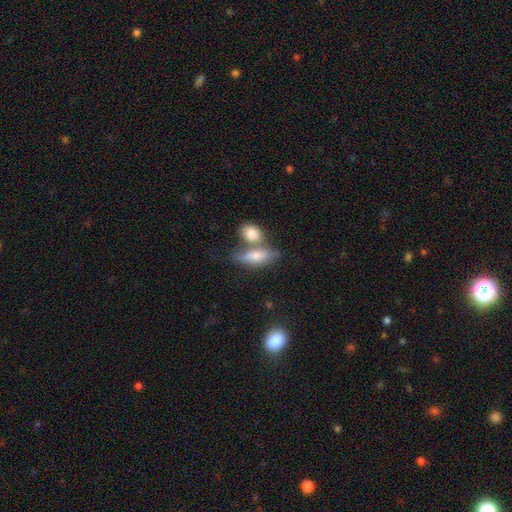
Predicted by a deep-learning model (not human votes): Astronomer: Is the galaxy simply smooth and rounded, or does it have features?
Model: smooth — 71%.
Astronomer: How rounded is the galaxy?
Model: in between — 72%.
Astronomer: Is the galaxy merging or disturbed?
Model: merger — 43% (runner-up: none, 39%).